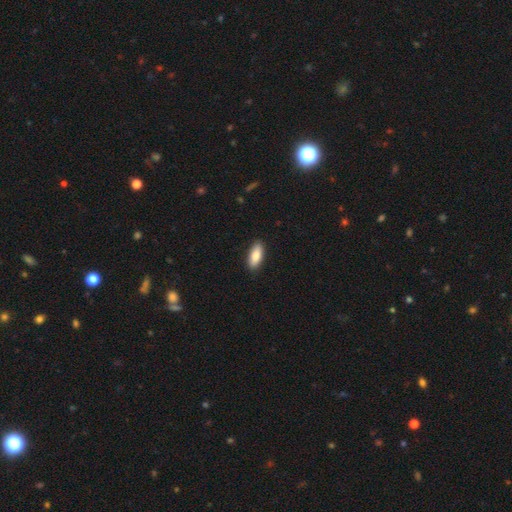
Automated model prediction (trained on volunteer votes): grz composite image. It shows a smooth galaxy with no disk features (83%) that is in between round and cigar-shaped (79%). Merging: none (89%).